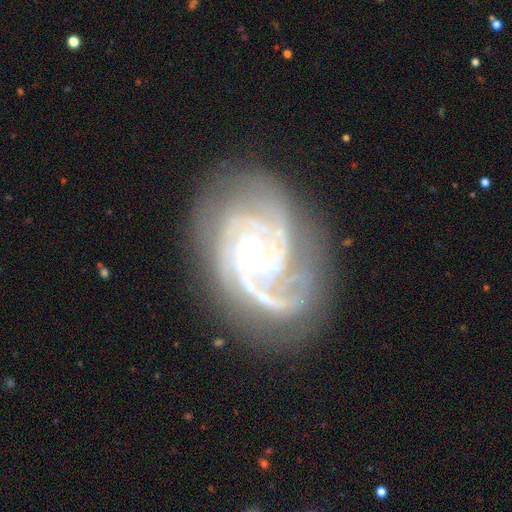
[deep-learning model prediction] Morphology: type=featured or disk (91%); edge-on=no (98%); bar=no (64%); spiral arms=yes (98%); winding=tight (62%); arm count=3 (41%); bulge=small (78%); merging=none (70%).